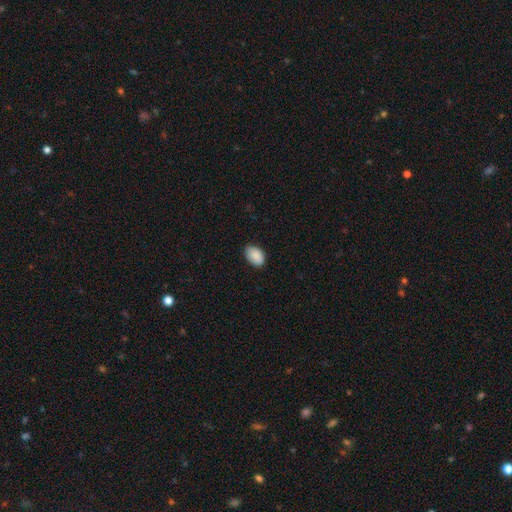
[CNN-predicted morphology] This appears to be a smooth galaxy with no disk features (89%) that is in between round and cigar-shaped (88%). Merging: none (81%).